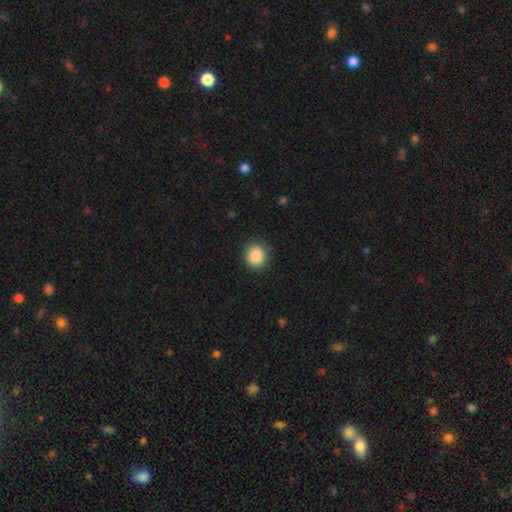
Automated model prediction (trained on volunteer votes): Morphology: type=smooth (88%); roundness=round (85%); merging=none (88%).